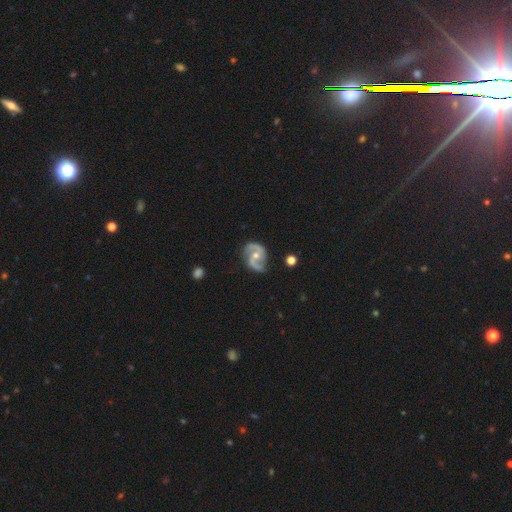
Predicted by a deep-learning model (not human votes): smooth_or_featured: featured or disk (p=0.90) [alt: smooth p=0.06]
disk_edge_on: no (p=0.98) [alt: yes p=0.02]
bar: no (p=0.50) [alt: weak p=0.36]
has_spiral_arms: yes (p=0.97) [alt: no p=0.03]
spiral_winding: medium (p=0.52) [alt: loose p=0.32]
spiral_arm_count: 2 (p=0.93) [alt: can't tell p=0.02]
bulge_size: moderate (p=0.65) [alt: small p=0.31]
merging: none (p=0.77) [alt: minor disturbance p=0.17]